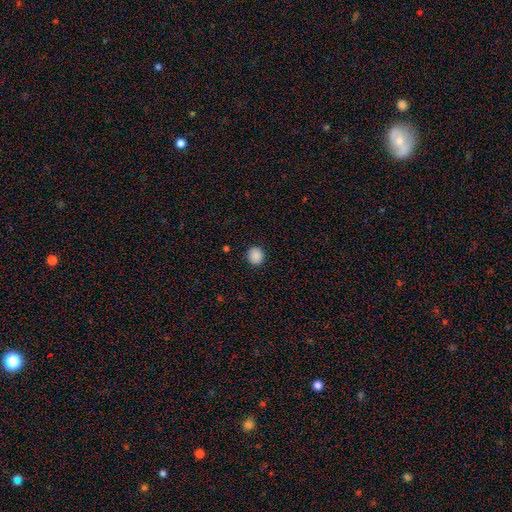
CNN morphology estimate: This is clearly a smooth galaxy (89%). How rounded: clearly round (85%). Merging: clearly none (90%).